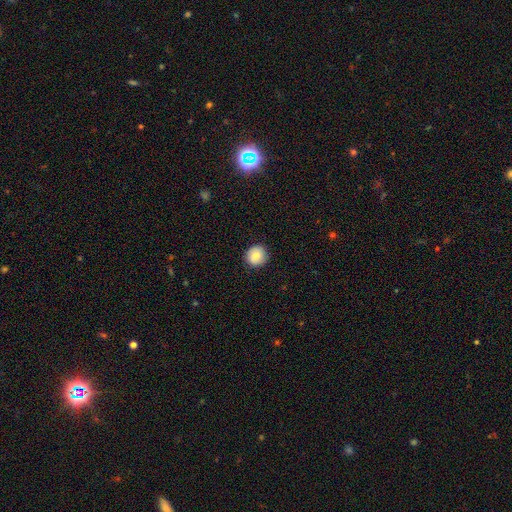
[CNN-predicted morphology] Q: Smooth or featured?
A: smooth (78%); runner-up: featured or disk (14%)
Q: How rounded?
A: round (89%); runner-up: in between (10%)
Q: Merging?
A: none (87%); runner-up: minor disturbance (10%)